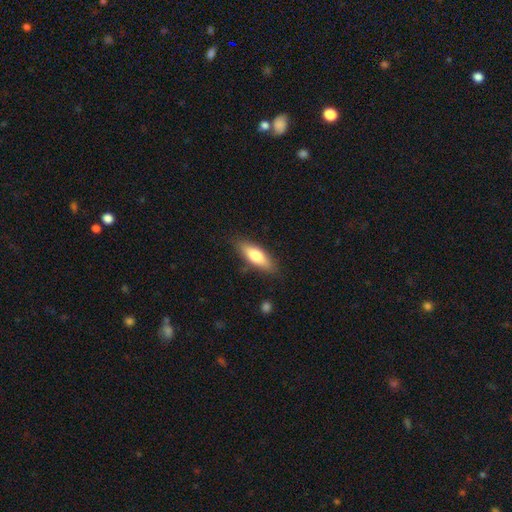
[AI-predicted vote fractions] The model was most divided on "how rounded": in between: 55%, cigar-shaped: 43%, round: 2%. More confident: merging — none (83%); smooth or featured — smooth (70%).